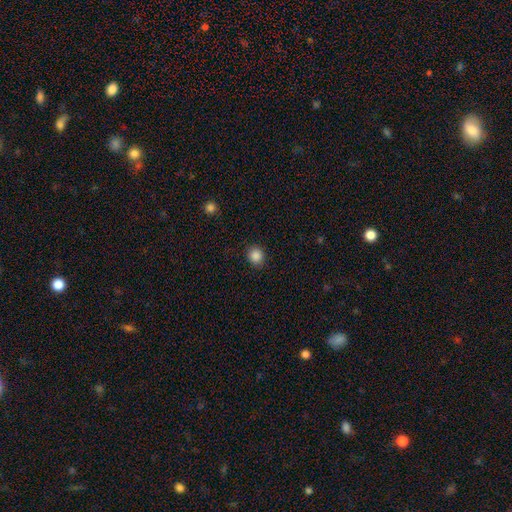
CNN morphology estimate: The model was most divided on "how rounded": round: 80%, in between: 20%, cigar-shaped: 1%. More confident: merging — none (88%); smooth or featured — smooth (87%).